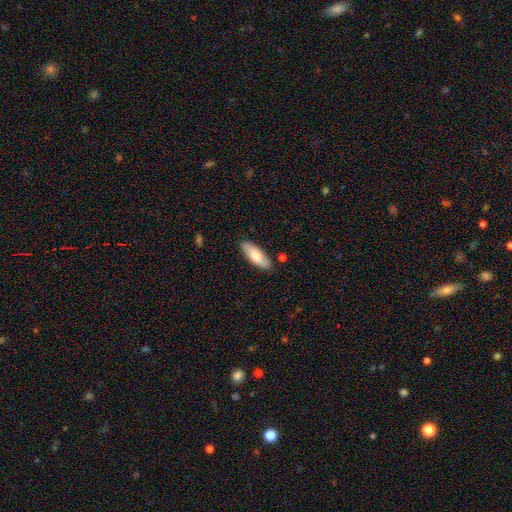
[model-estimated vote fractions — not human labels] Smooth or featured? smooth (75%)
How rounded? in between (71%)
Merging? none (84%)